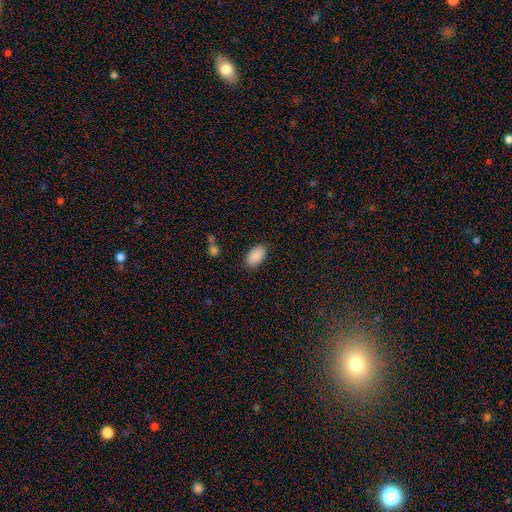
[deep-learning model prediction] The model was most divided on "merging": none: 87%, minor disturbance: 10%, major disturbance: 3%, merger: 1%. More confident: how rounded — in between (94%); smooth or featured — smooth (90%).